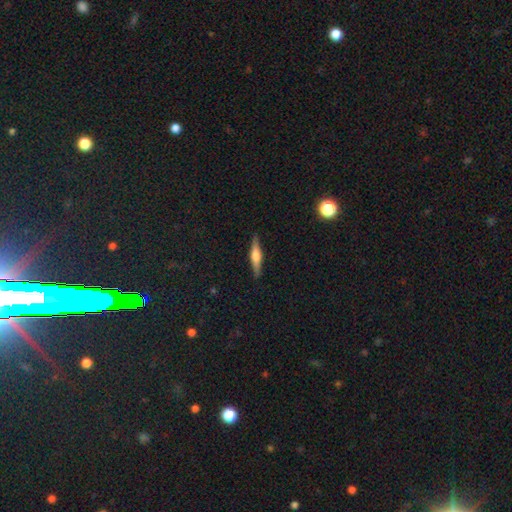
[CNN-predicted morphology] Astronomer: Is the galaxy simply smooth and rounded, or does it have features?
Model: featured or disk — 63%.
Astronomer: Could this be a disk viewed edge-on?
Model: yes — 97%.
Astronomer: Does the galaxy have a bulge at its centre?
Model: rounded — 77%.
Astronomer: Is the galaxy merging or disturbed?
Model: none — 89%.